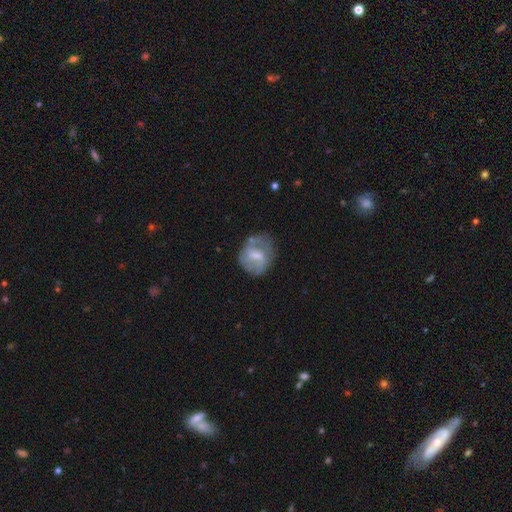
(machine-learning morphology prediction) Q: Smooth or featured?
A: featured or disk (52%); runner-up: smooth (41%)
Q: Edge-on disk?
A: no (97%); runner-up: yes (3%)
Q: Merging?
A: none (56%); runner-up: minor disturbance (25%)